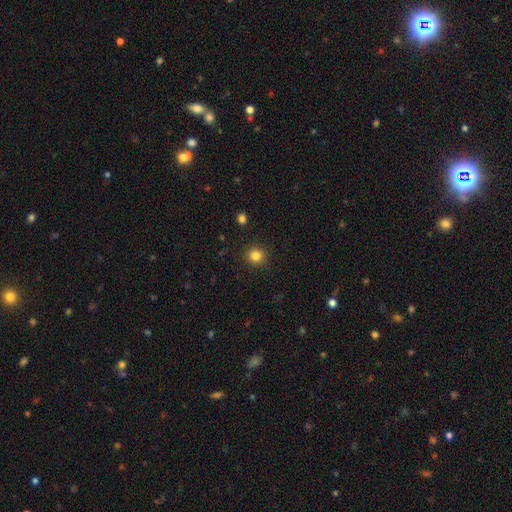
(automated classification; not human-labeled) Smooth or featured: smooth — 83% (star or artifact — 12%)
How rounded: round — 92% (in between — 8%)
Merging: none — 91% (minor disturbance — 5%)